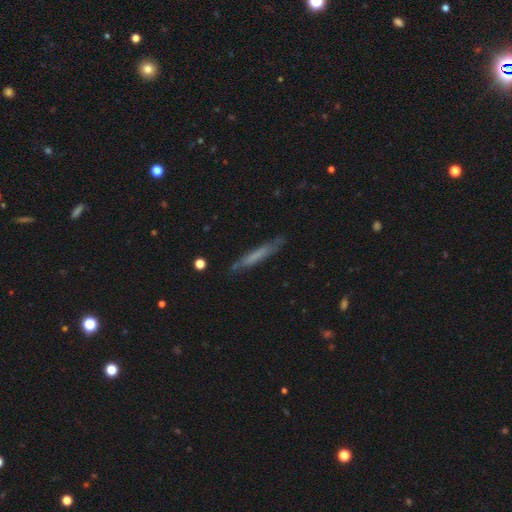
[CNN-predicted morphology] This appears to be a smooth galaxy with no disk features (57%) that is cigar-shaped (95%). Merging: none (79%).